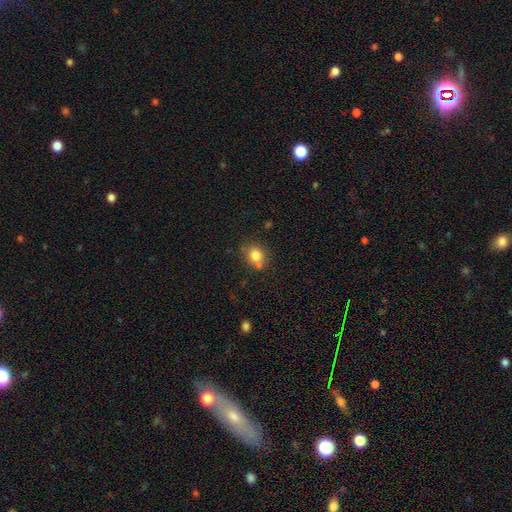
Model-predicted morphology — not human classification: Smooth or featured? Predicted: smooth (p=0.79). How rounded? Predicted: round (p=0.68). Merging? Predicted: none (p=0.63).